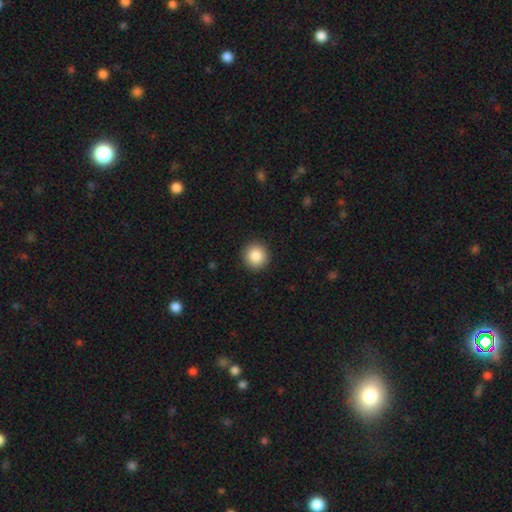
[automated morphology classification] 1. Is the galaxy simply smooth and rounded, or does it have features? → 87% smooth, 9% star or artifact, 5% featured or disk.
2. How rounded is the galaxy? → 95% round, 4% in between, 1% cigar-shaped.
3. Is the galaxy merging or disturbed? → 92% none, 5% minor disturbance, 2% major disturbance, 1% merger.